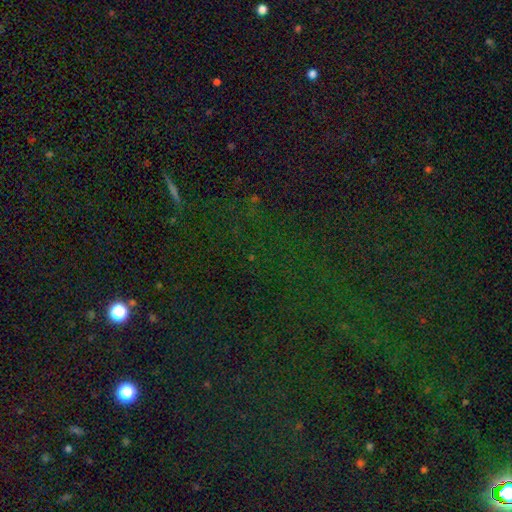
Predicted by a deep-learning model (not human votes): A star or artifact, not a galaxy (80%).

Vote fractions:
- Smooth or featured? star or artifact: 80% / smooth: 13% / featured or disk: 7%